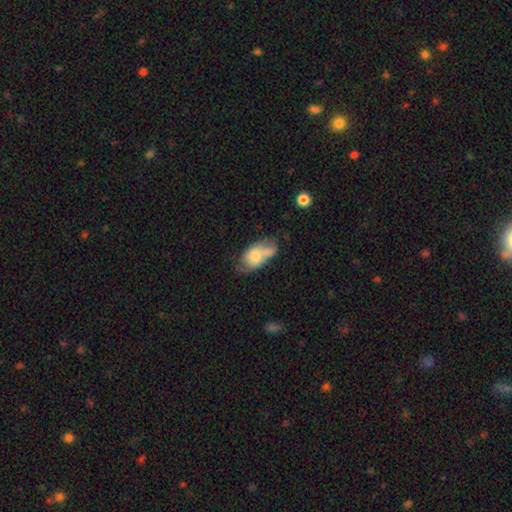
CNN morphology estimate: This is likely a smooth galaxy (64%). How rounded: clearly in between (89%). Merging: marginally none (30%).